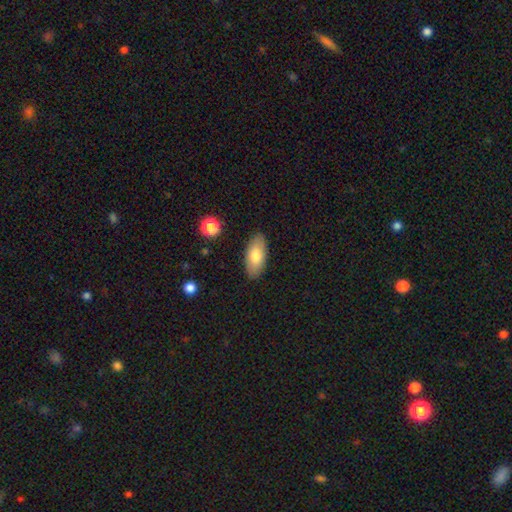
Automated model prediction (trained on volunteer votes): Q: Smooth or featured?
A: smooth (75%); runner-up: featured or disk (19%)
Q: How rounded?
A: in between (90%); runner-up: cigar-shaped (7%)
Q: Merging?
A: none (87%); runner-up: minor disturbance (10%)